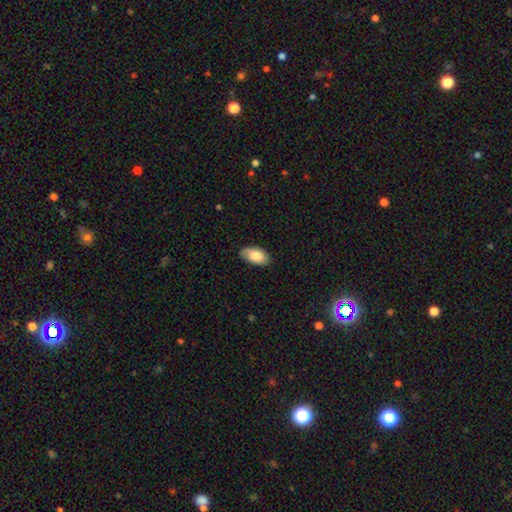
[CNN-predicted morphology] smooth_or_featured: smooth (p=0.83) [alt: featured or disk p=0.11]
how_rounded: in between (p=0.95) [alt: round p=0.03]
merging: none (p=0.81) [alt: minor disturbance p=0.15]